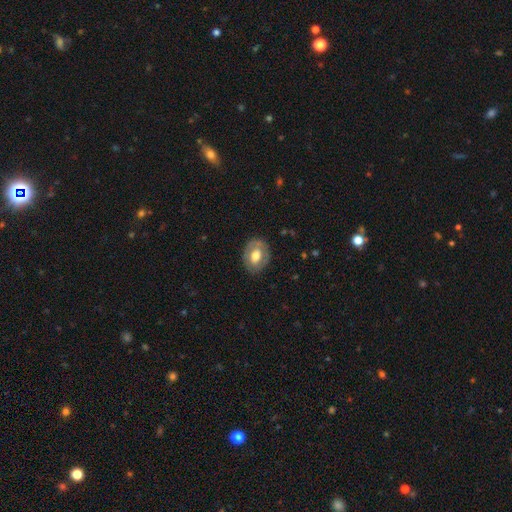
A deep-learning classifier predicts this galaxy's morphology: Q: Smooth or featured?
A: smooth (49%); runner-up: featured or disk (45%)
Q: Merging?
A: none (80%); runner-up: minor disturbance (14%)